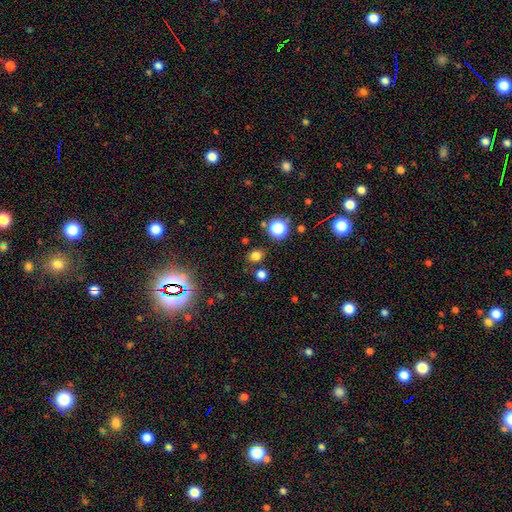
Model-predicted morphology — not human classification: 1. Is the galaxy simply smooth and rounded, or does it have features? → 72% smooth, 23% star or artifact, 6% featured or disk.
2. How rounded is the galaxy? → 57% round, 42% in between, 1% cigar-shaped.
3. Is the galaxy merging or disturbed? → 81% none, 9% minor disturbance, 6% merger, 3% major disturbance.